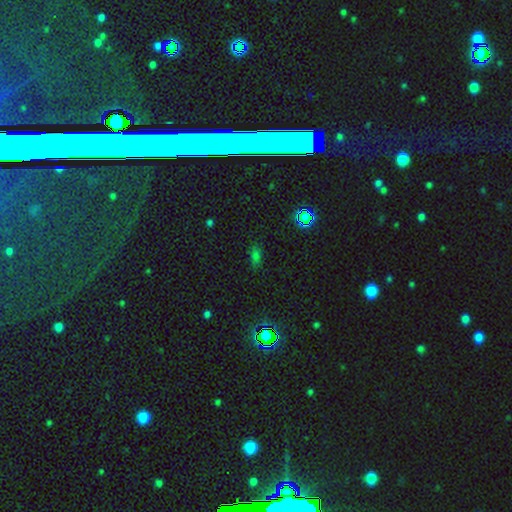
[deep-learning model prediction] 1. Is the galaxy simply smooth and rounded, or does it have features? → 55% smooth, 36% star or artifact, 9% featured or disk.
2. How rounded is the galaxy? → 78% in between, 12% round, 10% cigar-shaped.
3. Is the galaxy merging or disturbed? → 80% none, 14% minor disturbance, 5% major disturbance, 2% merger.